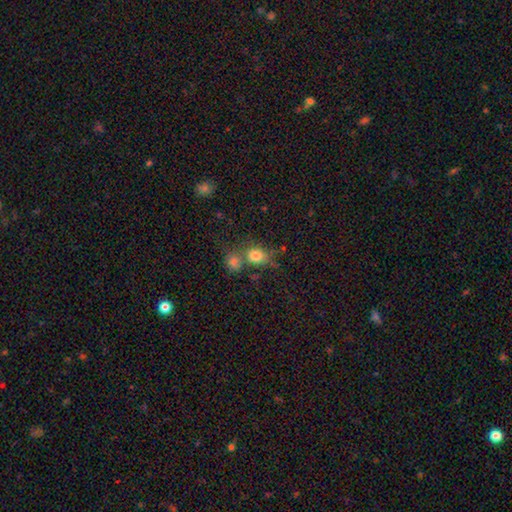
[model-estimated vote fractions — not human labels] Smooth or featured?
  - smooth: 79% *
  - star or artifact: 12%
  - featured or disk: 9%
How rounded?
  - round: 61% *
  - in between: 38%
  - cigar-shaped: 1%
Merging?
  - none: 50% *
  - merger: 34%
  - minor disturbance: 11%
  - major disturbance: 5%